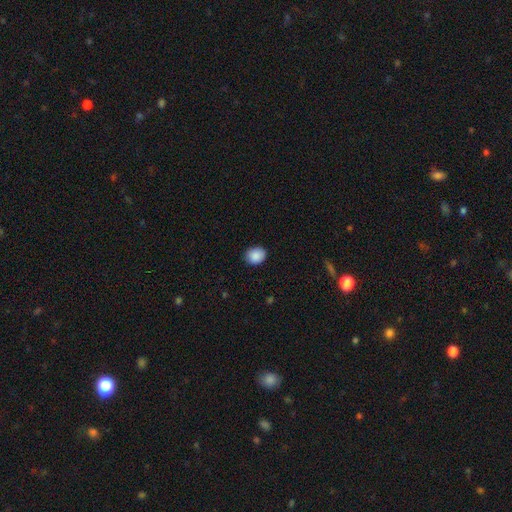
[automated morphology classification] Smooth or featured?
  - smooth: 89% *
  - star or artifact: 8%
  - featured or disk: 3%
How rounded?
  - round: 59% *
  - in between: 40%
  - cigar-shaped: 1%
Merging?
  - none: 86% *
  - minor disturbance: 11%
  - major disturbance: 2%
  - merger: 1%